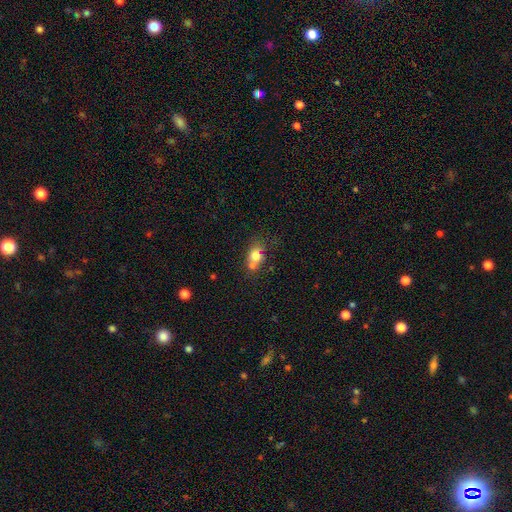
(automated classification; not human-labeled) Smooth or featured: smooth — 75% (featured or disk — 14%)
How rounded: in between — 52% (round — 45%)
Merging: merger — 41% (none — 39%)